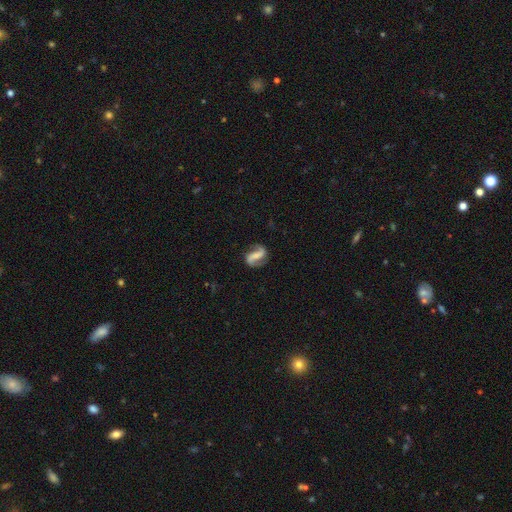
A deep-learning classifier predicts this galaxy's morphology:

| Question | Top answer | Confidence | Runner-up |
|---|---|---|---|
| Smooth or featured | featured or disk | 85% | smooth (9%) |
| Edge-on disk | no | 98% | yes (2%) |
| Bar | strong | 48% | weak (32%) |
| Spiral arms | yes | 96% | no (4%) |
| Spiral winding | medium | 46% | loose (39%) |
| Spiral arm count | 2 | 92% | 1 (3%) |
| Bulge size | none | 41% | small (27%) |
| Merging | none | 80% | minor disturbance (13%) |